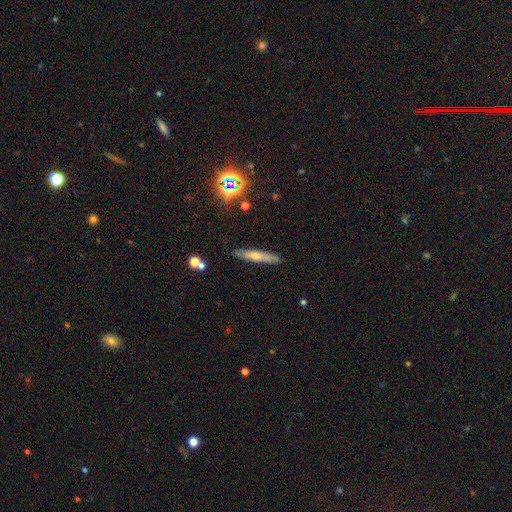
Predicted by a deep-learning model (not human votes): This appears to be a smooth galaxy with no disk features (45%). Merging: none (87%).